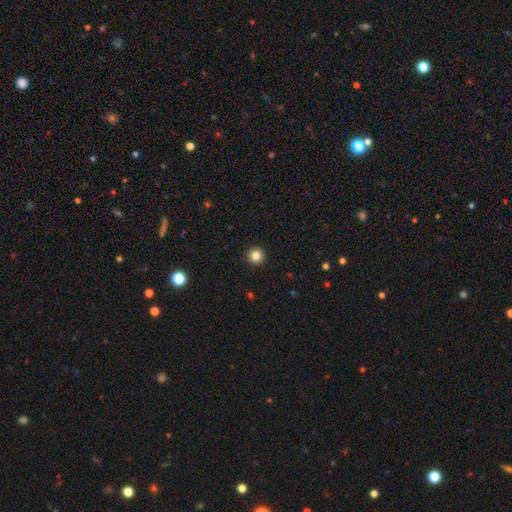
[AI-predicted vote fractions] smooth 84%, star or artifact 11%, featured or disk 5%. Down the decision tree: how rounded — round (96%); merging — none (94%).